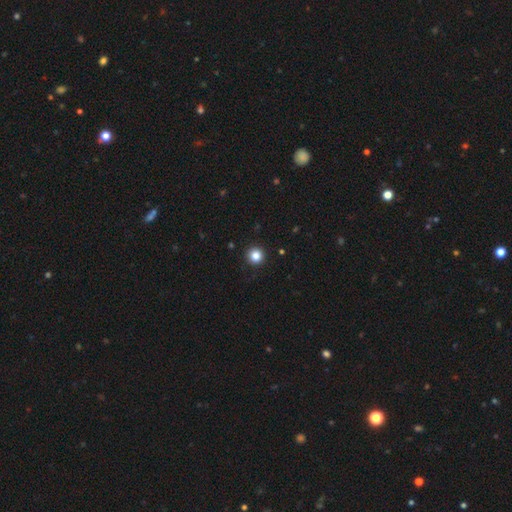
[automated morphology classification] A smooth galaxy with no disk features (84%) that is round (96%).

Vote fractions:
- Smooth or featured? smooth: 84% / star or artifact: 12% / featured or disk: 4%
- How rounded? round: 96% / in between: 3% / cigar-shaped: 1%
- Merging? none: 93% / minor disturbance: 4% / major disturbance: 1% / merger: 1%